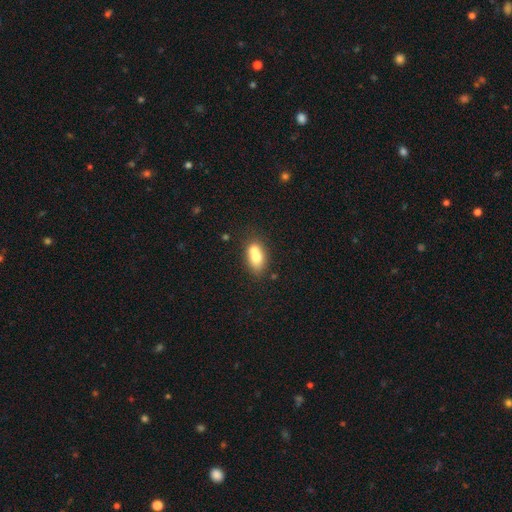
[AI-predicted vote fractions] This appears to be a smooth galaxy with no disk features (70%) that is in between round and cigar-shaped (80%). Merging: merger (43%).